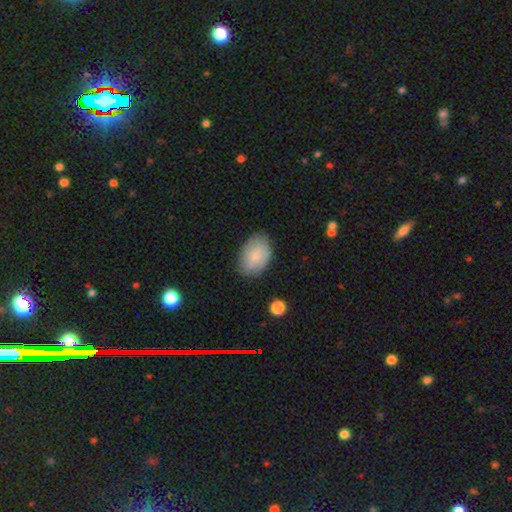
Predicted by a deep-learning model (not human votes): The model was most divided on "smooth or featured": smooth: 77%, featured or disk: 16%, star or artifact: 7%. More confident: how rounded — in between (87%); merging — none (81%).